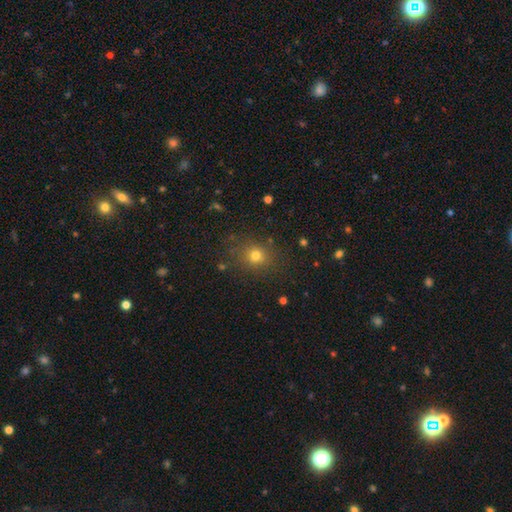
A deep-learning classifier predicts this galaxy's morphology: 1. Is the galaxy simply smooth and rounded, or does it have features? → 74% smooth, 18% star or artifact, 8% featured or disk.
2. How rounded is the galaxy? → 79% round, 20% in between, 1% cigar-shaped.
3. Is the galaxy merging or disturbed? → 84% none, 10% minor disturbance, 4% major disturbance, 2% merger.